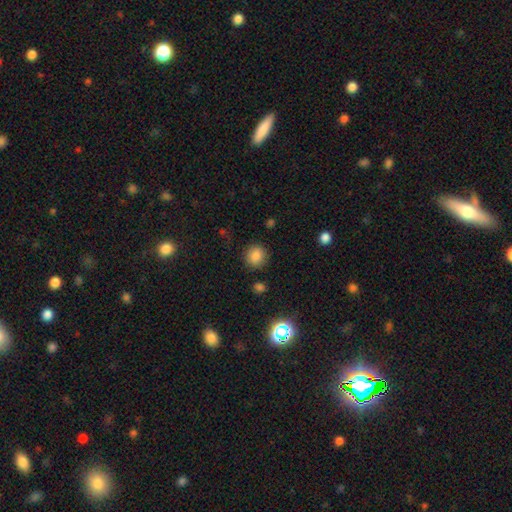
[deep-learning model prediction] Smooth or featured? Predicted: smooth (p=0.84). How rounded? Predicted: round (p=0.86). Merging? Predicted: none (p=0.87).